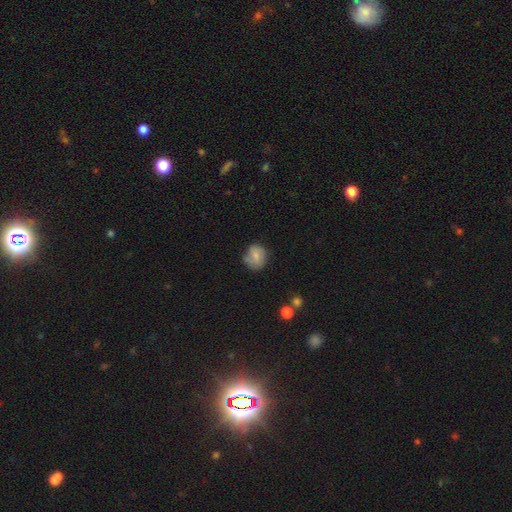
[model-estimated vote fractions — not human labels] The model was most divided on "merging": none: 61%, minor disturbance: 28%, major disturbance: 8%, merger: 3%. More confident: how rounded — round (74%); smooth or featured — smooth (68%).